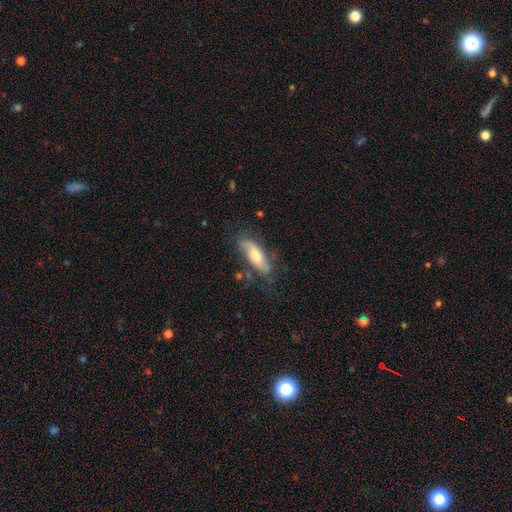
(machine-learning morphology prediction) Q: Smooth or featured?
A: smooth (47%); runner-up: featured or disk (46%)
Q: Merging?
A: none (64%); runner-up: minor disturbance (24%)